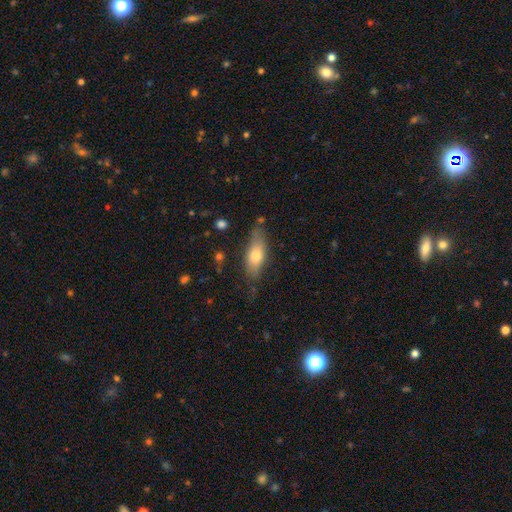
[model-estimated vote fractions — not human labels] A smooth galaxy with no disk features (67%) that is in between round and cigar-shaped (65%).

Vote fractions:
- Smooth or featured? smooth: 67% / featured or disk: 26% / star or artifact: 7%
- How rounded? in between: 65% / cigar-shaped: 32% / round: 3%
- Merging? none: 67% / minor disturbance: 24% / major disturbance: 6% / merger: 3%